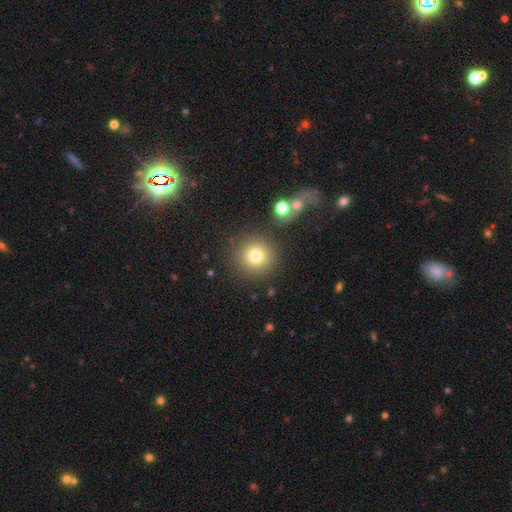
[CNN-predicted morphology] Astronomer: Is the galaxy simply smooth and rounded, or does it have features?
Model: smooth — 77%.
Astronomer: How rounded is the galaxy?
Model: round — 94%.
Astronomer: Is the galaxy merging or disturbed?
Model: none — 83%.